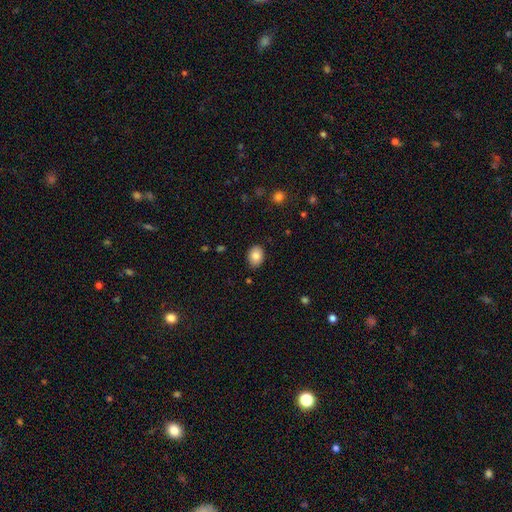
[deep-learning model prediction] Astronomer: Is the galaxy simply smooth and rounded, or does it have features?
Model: smooth — 84%.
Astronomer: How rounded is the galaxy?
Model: in between — 73%.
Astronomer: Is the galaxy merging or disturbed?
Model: none — 88%.